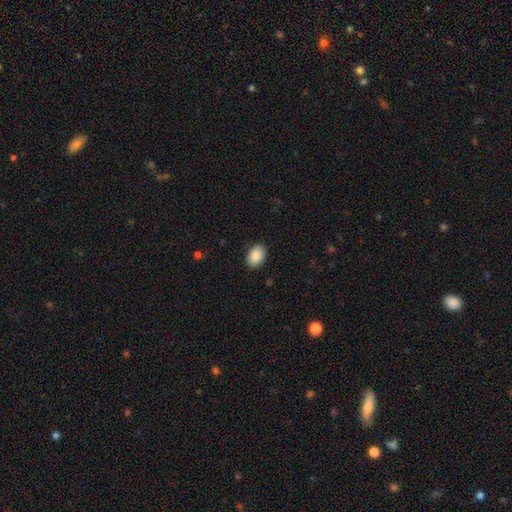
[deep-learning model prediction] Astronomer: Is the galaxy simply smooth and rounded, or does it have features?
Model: smooth — 89%.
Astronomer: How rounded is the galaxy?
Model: in between — 86%.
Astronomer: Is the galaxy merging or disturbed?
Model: none — 88%.